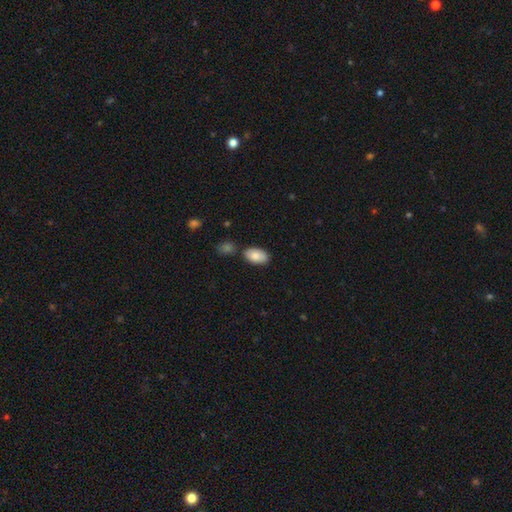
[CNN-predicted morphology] Smooth or featured? smooth (84%)
How rounded? in between (94%)
Merging? none (78%)